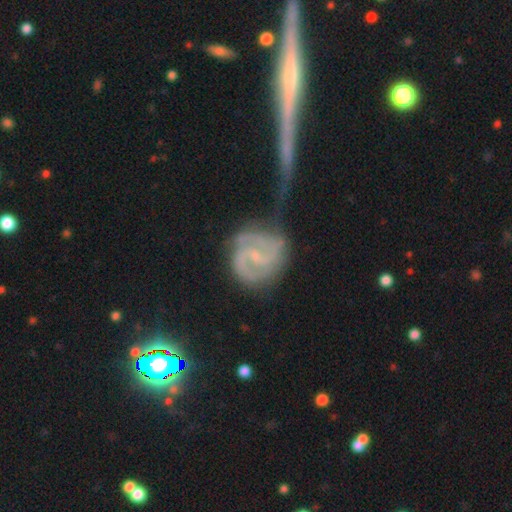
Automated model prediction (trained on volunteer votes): Morphology: type=featured or disk (85%); edge-on=no (97%); bar=weak (49%); spiral arms=yes (96%); winding=medium (44%); arm count=2 (74%); bulge=small (73%); merging=none (57%).